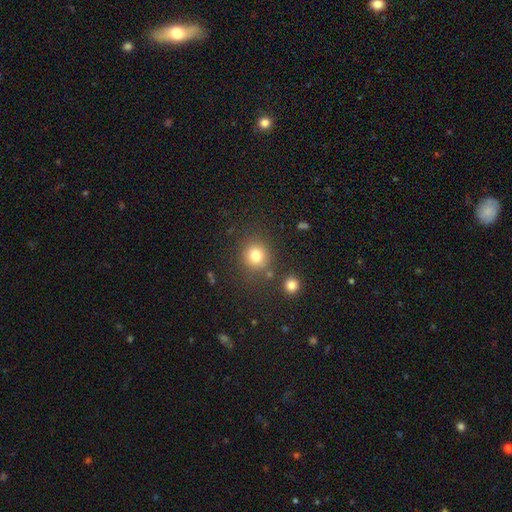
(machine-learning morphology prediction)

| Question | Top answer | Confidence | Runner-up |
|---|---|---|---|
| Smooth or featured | smooth | 79% | star or artifact (13%) |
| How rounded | round | 88% | in between (11%) |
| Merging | none | 80% | minor disturbance (9%) |